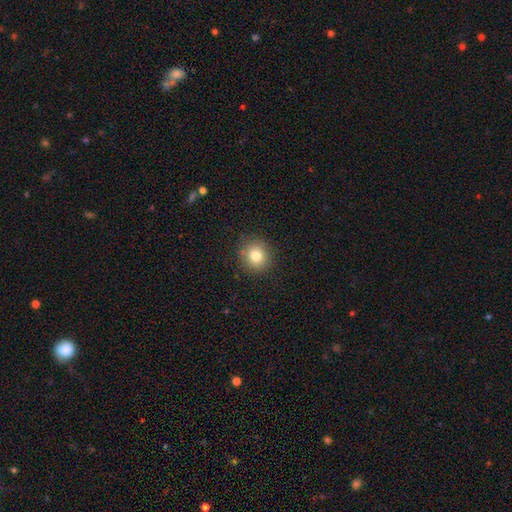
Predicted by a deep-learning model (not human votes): Smooth or featured: smooth — 79% (star or artifact — 12%)
How rounded: round — 89% (in between — 10%)
Merging: none — 88% (minor disturbance — 8%)